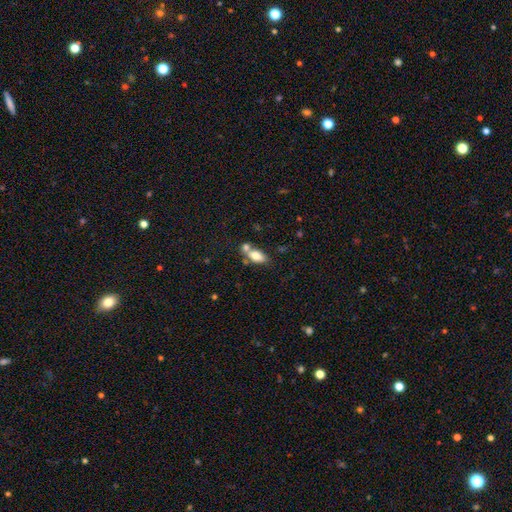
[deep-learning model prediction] Overall: smooth (77%). How rounded: in between (85%). Merging: none (44%; merger 38%).